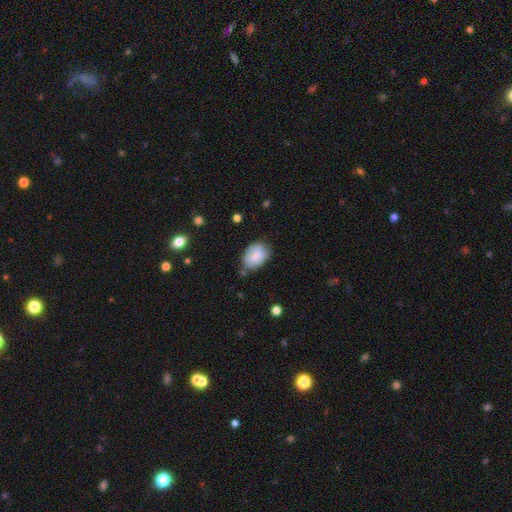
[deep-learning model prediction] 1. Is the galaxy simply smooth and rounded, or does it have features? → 75% smooth, 17% featured or disk, 7% star or artifact.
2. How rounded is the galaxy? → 85% in between, 14% round, 1% cigar-shaped.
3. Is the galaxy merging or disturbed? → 61% none, 29% minor disturbance, 6% major disturbance, 4% merger.